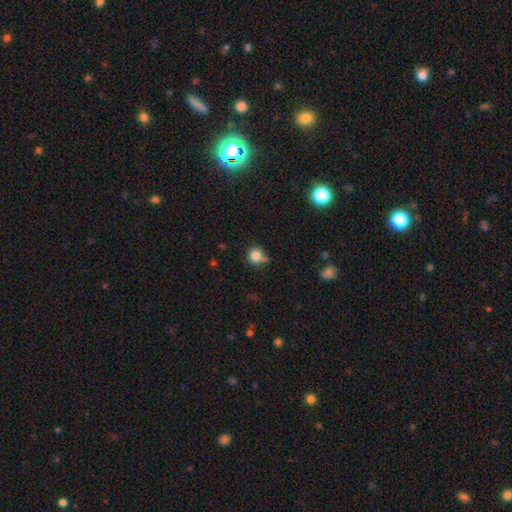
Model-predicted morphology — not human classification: A smooth galaxy with no disk features (82%) that is round (89%). Merging: none (61%).